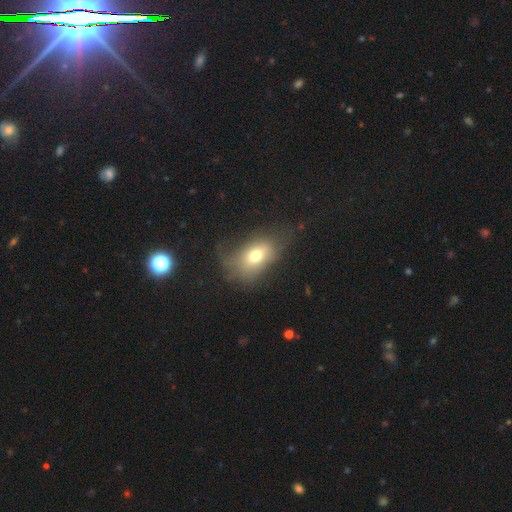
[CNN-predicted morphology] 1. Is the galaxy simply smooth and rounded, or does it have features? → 66% smooth, 22% featured or disk, 12% star or artifact.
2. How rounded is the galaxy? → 77% in between, 21% round, 2% cigar-shaped.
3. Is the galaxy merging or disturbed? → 42% none, 28% major disturbance, 27% minor disturbance, 3% merger.